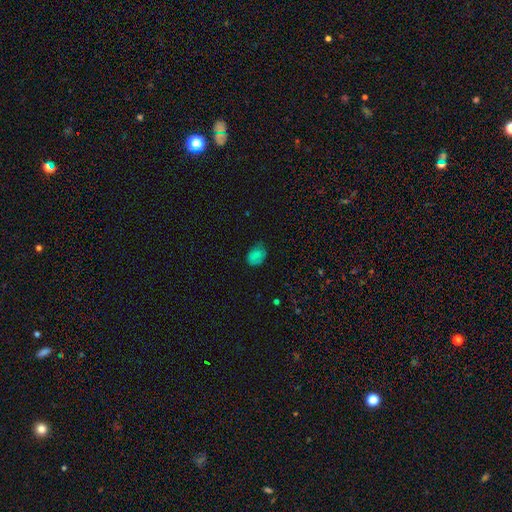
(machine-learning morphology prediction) This appears to be a smooth galaxy with no disk features (80%) that is in between round and cigar-shaped (73%). Merging: none (66%).